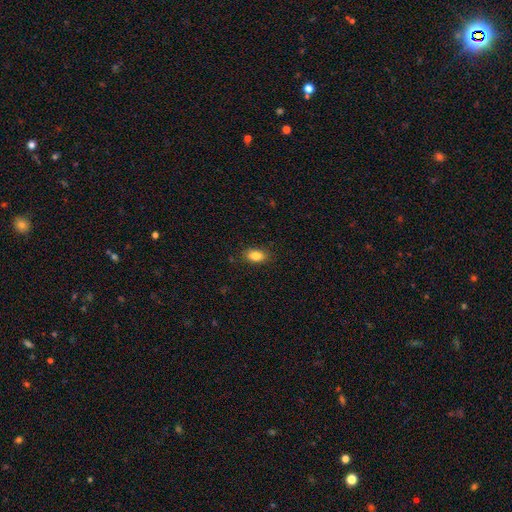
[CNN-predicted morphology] type=smooth (86%); roundness=in between (89%); merging=none (86%).